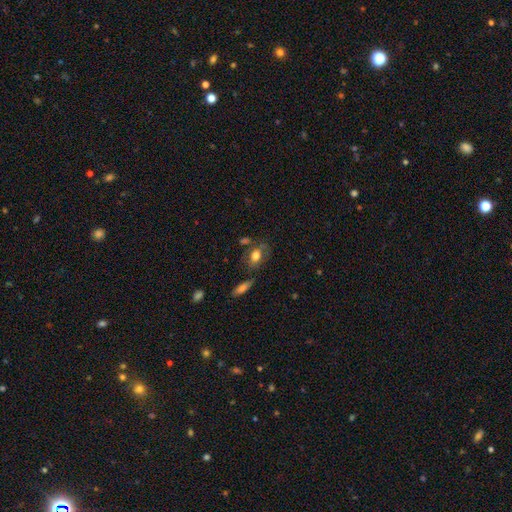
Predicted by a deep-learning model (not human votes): A smooth galaxy with no disk features (68%) that is in between round and cigar-shaped (77%). Merging: none (62%).